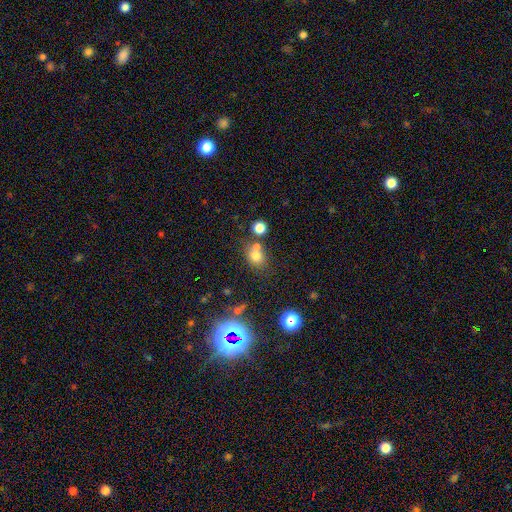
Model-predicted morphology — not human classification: smooth_or_featured: smooth (p=0.71) [alt: star or artifact p=0.17]
how_rounded: round (p=0.63) [alt: in between p=0.35]
merging: none (p=0.54) [alt: merger p=0.31]